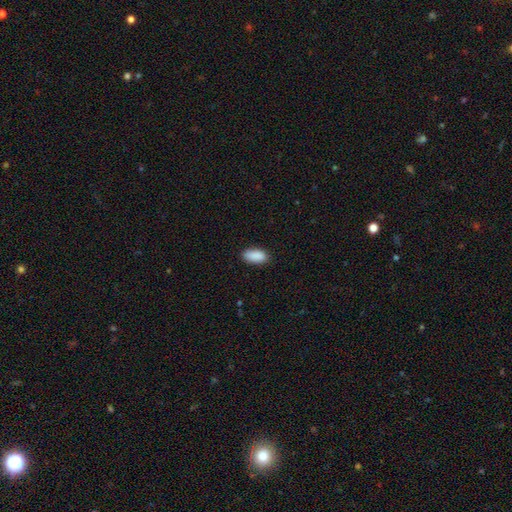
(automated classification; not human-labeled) Smooth or featured: smooth — 90% (star or artifact — 6%)
How rounded: in between — 92% (cigar-shaped — 6%)
Merging: none — 85% (minor disturbance — 11%)